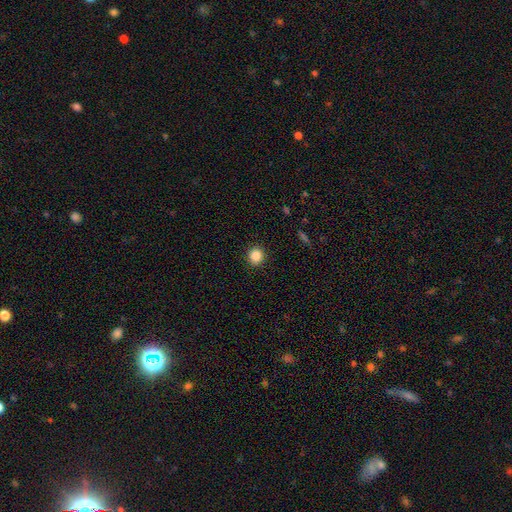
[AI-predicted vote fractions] Morphology: type=smooth (87%); roundness=round (89%); merging=none (91%).